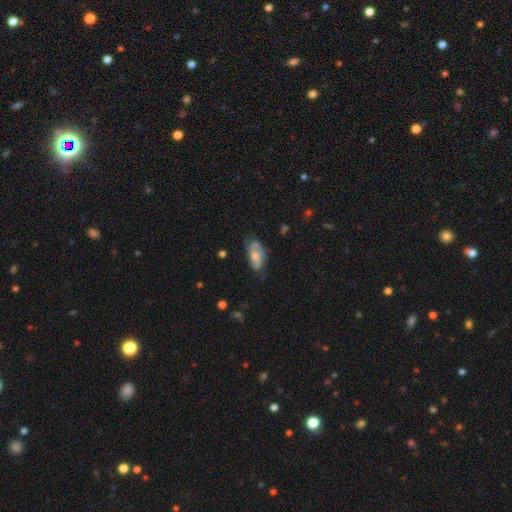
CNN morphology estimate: Overall: smooth (50%; featured or disk 43%). How rounded: in between (87%). Merging: none (58%; minor disturbance 29%).